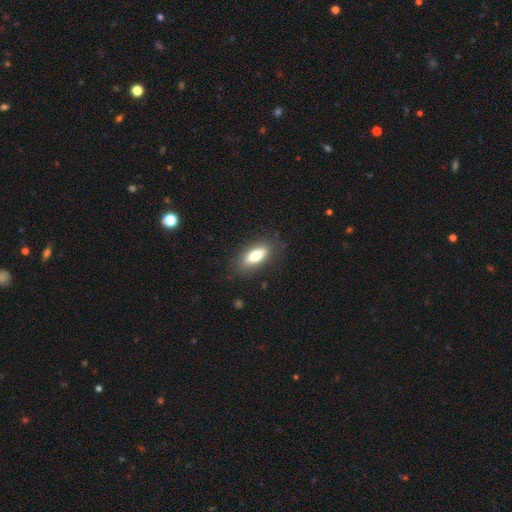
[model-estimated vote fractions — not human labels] smooth 71%, featured or disk 21%, star or artifact 8%. Down the decision tree: how rounded — in between (74%); merging — none (84%).